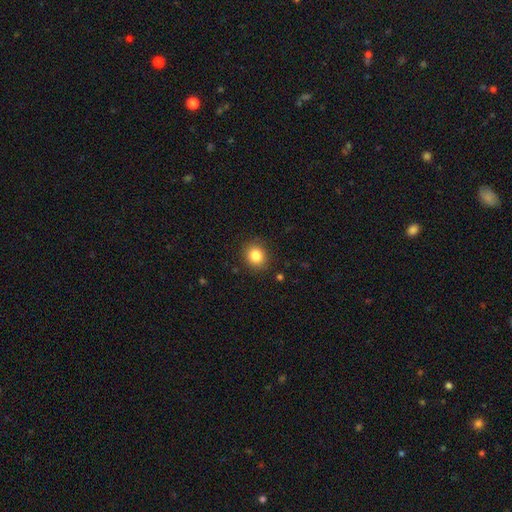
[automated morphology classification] Smooth or featured? Predicted: smooth (p=0.84). How rounded? Predicted: round (p=0.74). Merging? Predicted: none (p=0.88).